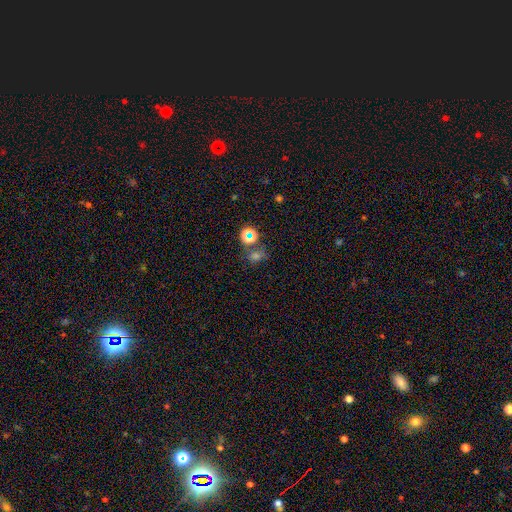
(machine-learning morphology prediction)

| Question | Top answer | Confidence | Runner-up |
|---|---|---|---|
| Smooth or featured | smooth | 47% | star or artifact (43%) |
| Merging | none | 62% | merger (18%) |